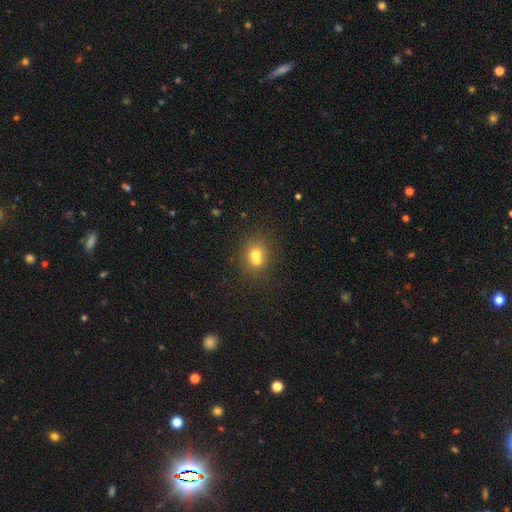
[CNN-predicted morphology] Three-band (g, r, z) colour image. It shows a smooth galaxy with no disk features (66%) that is round (70%). Merging: merger (50%).